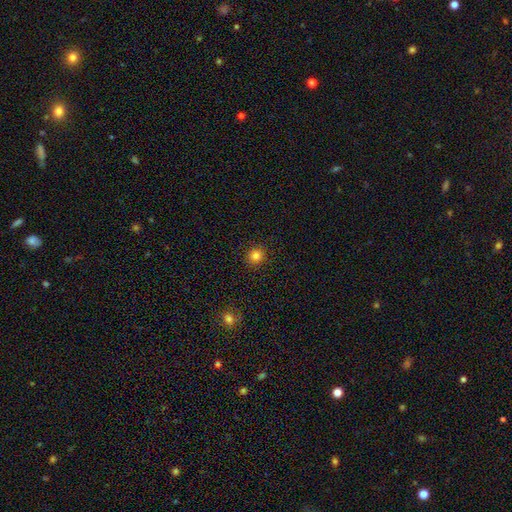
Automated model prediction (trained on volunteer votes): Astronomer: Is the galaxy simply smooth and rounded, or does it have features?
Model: smooth — 83%.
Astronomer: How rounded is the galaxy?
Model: round — 89%.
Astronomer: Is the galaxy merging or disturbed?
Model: none — 91%.